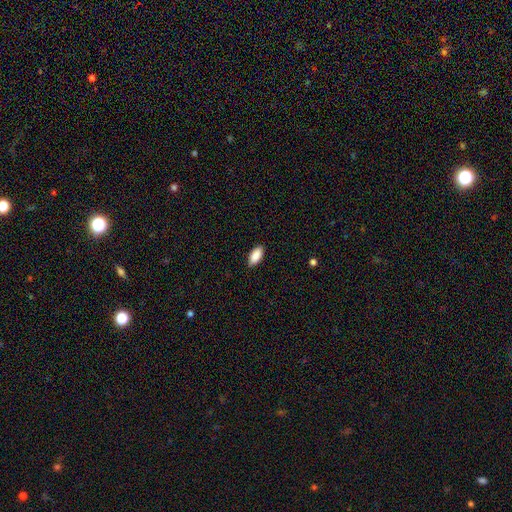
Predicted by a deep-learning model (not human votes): This appears to be a smooth galaxy with no disk features (89%) that is in between round and cigar-shaped (91%). Merging: none (88%).